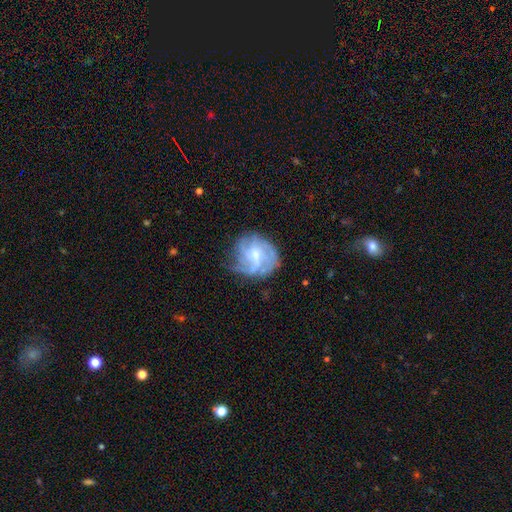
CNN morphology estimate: Overall: featured or disk (75%). Edge-on disk: no (98%). Bar: weak (47%; no 45%). Spiral arms: yes (85%). Spiral arm count: can't tell (35%; 4 22%). Spiral winding: medium (41%; tight 34%). Bulge size: small (47%; moderate 44%). Merging: none (57%; minor disturbance 24%).